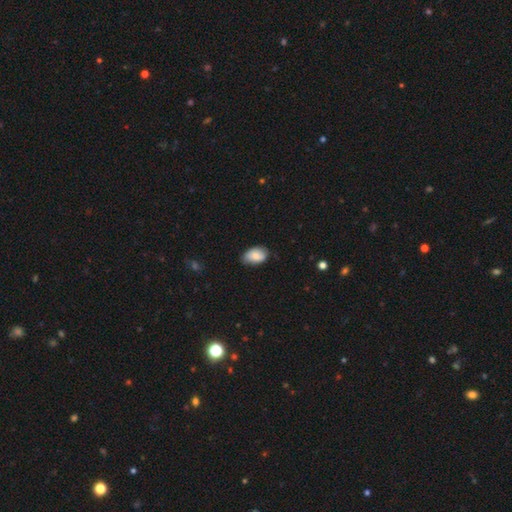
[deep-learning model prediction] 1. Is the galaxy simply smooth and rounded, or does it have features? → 80% smooth, 13% featured or disk, 7% star or artifact.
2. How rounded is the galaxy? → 90% in between, 9% round, 1% cigar-shaped.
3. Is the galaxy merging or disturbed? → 65% none, 30% minor disturbance, 4% major disturbance, 1% merger.